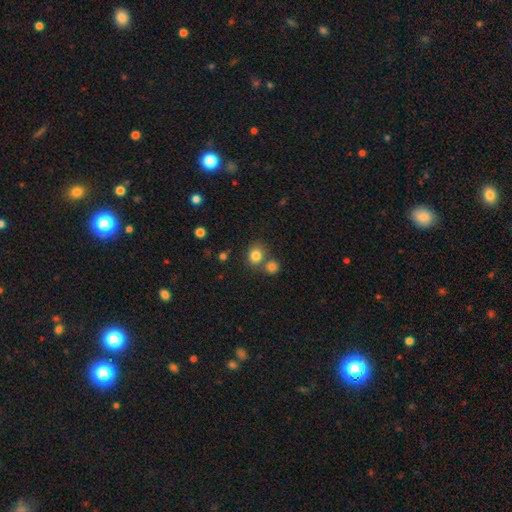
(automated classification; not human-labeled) Q: Smooth or featured?
A: smooth (82%); runner-up: star or artifact (12%)
Q: How rounded?
A: round (71%); runner-up: in between (28%)
Q: Merging?
A: none (61%); runner-up: merger (26%)